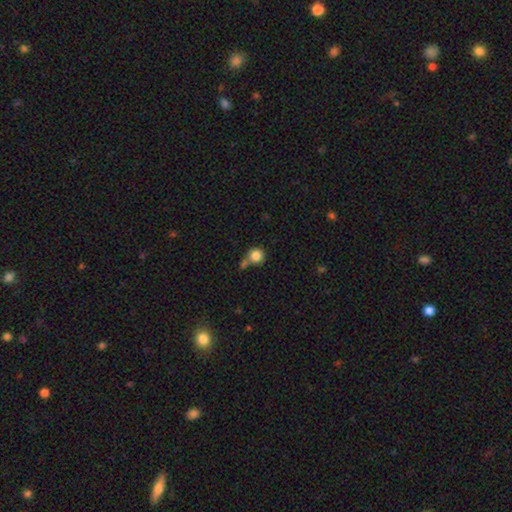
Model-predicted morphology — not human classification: Smooth or featured? Predicted: smooth (p=0.84). How rounded? Predicted: round (p=0.92). Merging? Predicted: none (p=0.58).